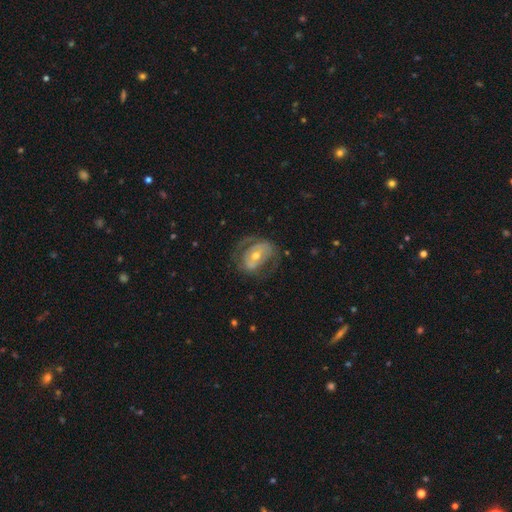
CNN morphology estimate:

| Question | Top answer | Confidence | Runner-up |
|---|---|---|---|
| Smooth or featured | featured or disk | 68% | smooth (25%) |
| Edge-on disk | no | 95% | yes (5%) |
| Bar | no | 46% | weak (31%) |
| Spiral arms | yes | 56% | no (44%) |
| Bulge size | moderate | 60% | small (34%) |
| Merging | none | 56% | major disturbance (22%) |